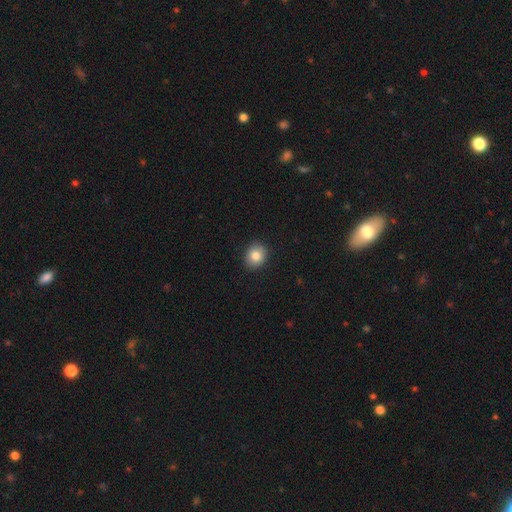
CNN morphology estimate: Overall: smooth (83%). How rounded: round (64%; in between 35%). Merging: none (89%).